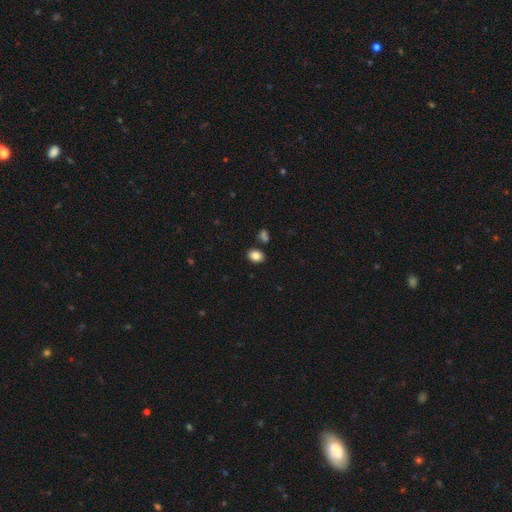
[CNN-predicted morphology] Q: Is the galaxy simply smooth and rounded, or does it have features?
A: smooth — 85%.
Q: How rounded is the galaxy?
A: in between — 66%.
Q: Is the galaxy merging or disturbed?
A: none — 82%.